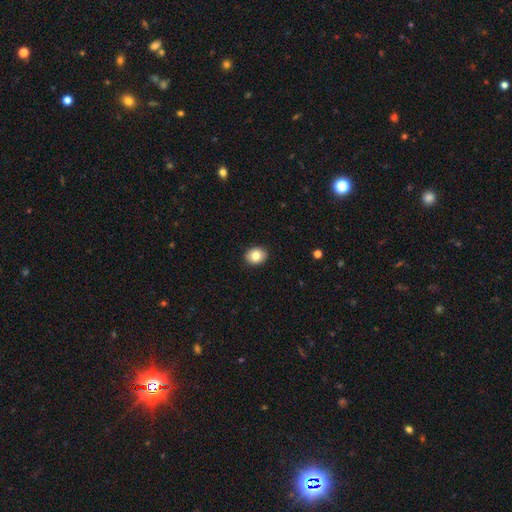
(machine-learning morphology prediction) Smooth or featured? smooth (82%)
How rounded? round (56%)
Merging? none (91%)